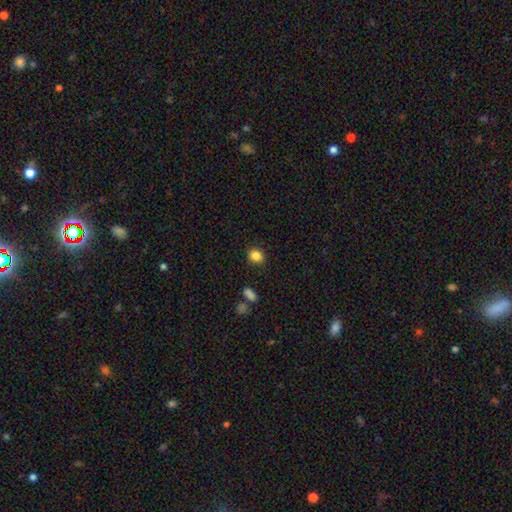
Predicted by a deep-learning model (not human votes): Smooth or featured? smooth (84%)
How rounded? round (70%)
Merging? none (89%)